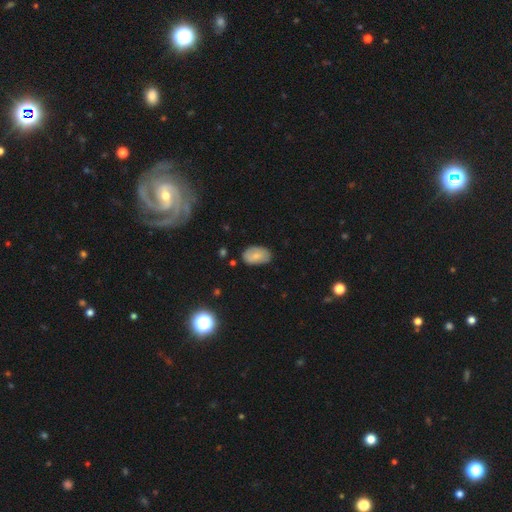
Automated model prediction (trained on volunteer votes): Smooth or featured: smooth — 75% (featured or disk — 18%)
How rounded: in between — 91% (round — 7%)
Merging: none — 77% (minor disturbance — 18%)